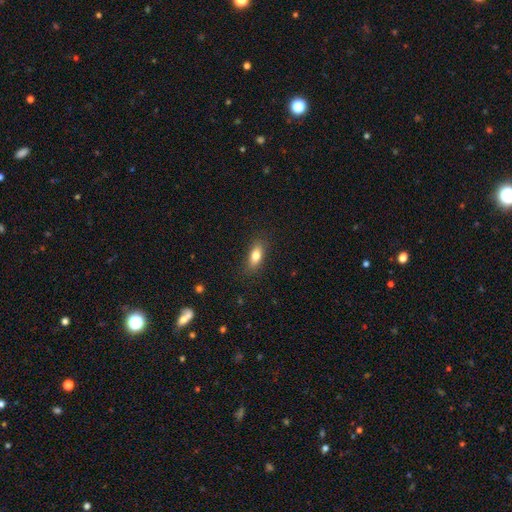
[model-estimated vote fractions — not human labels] Smooth or featured?
  - smooth: 78% *
  - featured or disk: 14%
  - star or artifact: 8%
How rounded?
  - in between: 76% *
  - cigar-shaped: 19%
  - round: 5%
Merging?
  - none: 84% *
  - minor disturbance: 12%
  - major disturbance: 3%
  - merger: 1%